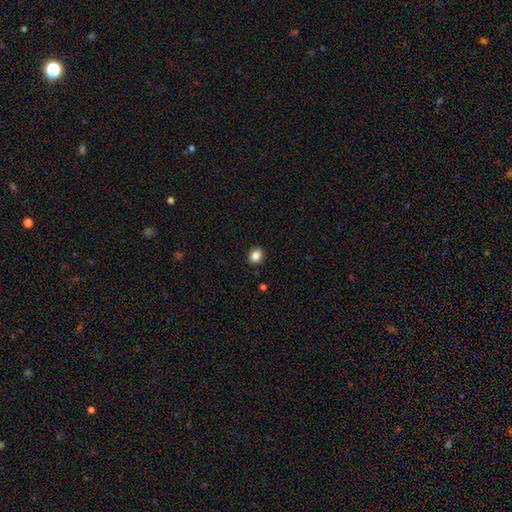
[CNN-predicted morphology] Smooth or featured: smooth — 86% (star or artifact — 10%)
How rounded: round — 55% (in between — 44%)
Merging: none — 90% (minor disturbance — 7%)